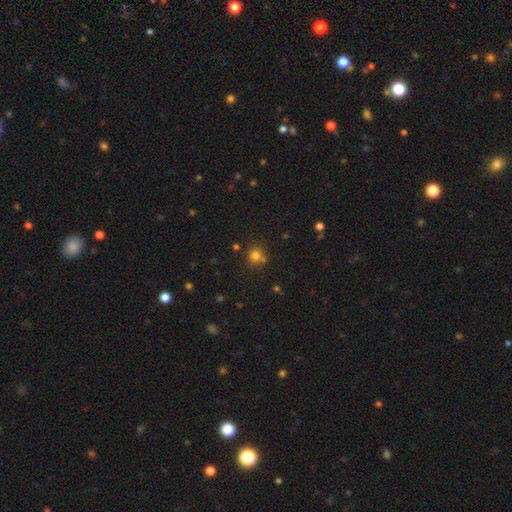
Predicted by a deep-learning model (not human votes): This appears to be a smooth galaxy with no disk features (76%) that is round (89%). Merging: none (72%).